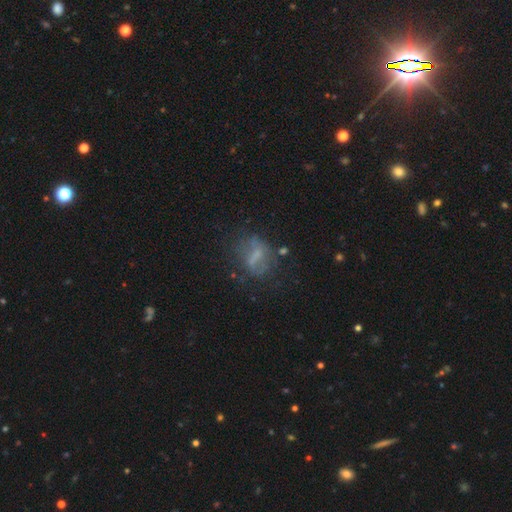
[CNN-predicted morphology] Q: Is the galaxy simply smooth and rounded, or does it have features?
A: featured or disk — 46%.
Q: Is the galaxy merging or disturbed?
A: none — 51%.